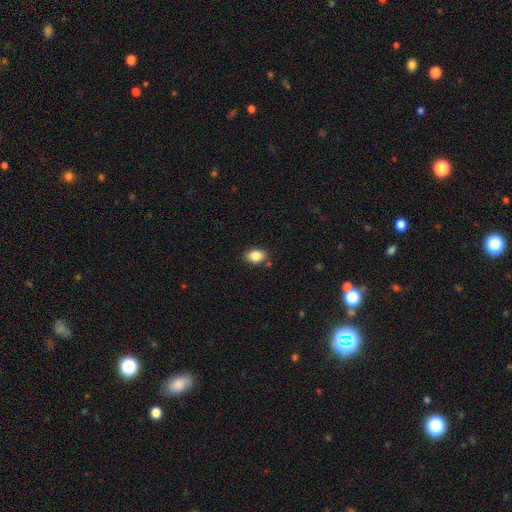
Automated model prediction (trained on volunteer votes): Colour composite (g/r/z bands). It shows a smooth galaxy with no disk features (86%) that is in between round and cigar-shaped (80%). Merging: none (83%).